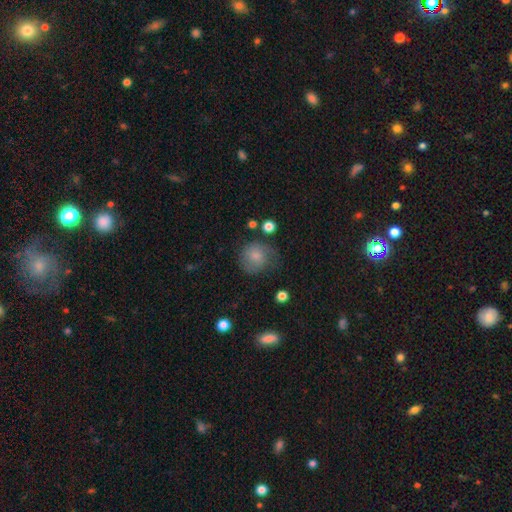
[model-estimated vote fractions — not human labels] Smooth or featured? smooth (71%)
How rounded? round (82%)
Merging? none (55%)